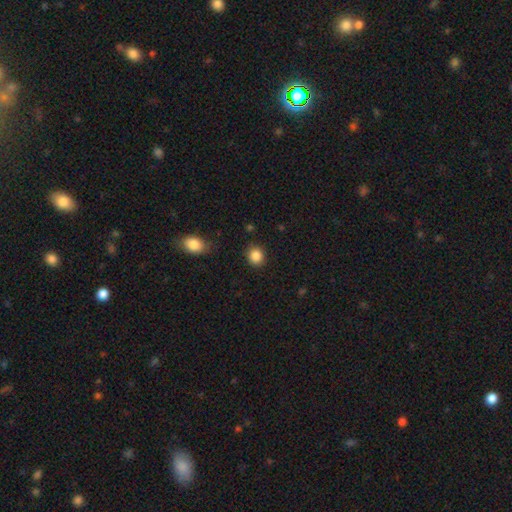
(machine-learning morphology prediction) A smooth galaxy with no disk features (87%) that is round (81%).

Vote fractions:
- Smooth or featured? smooth: 87% / star or artifact: 10% / featured or disk: 4%
- How rounded? round: 81% / in between: 18% / cigar-shaped: 1%
- Merging? none: 88% / minor disturbance: 8% / major disturbance: 2% / merger: 2%